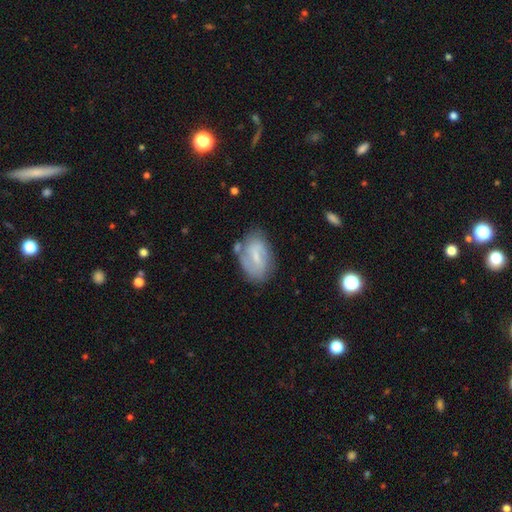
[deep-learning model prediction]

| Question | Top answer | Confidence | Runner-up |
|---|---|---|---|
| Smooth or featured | featured or disk | 57% | smooth (35%) |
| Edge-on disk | no | 95% | yes (5%) |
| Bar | weak | 54% | strong (23%) |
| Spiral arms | yes | 73% | no (27%) |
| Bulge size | small | 60% | moderate (23%) |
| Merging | none | 62% | minor disturbance (23%) |